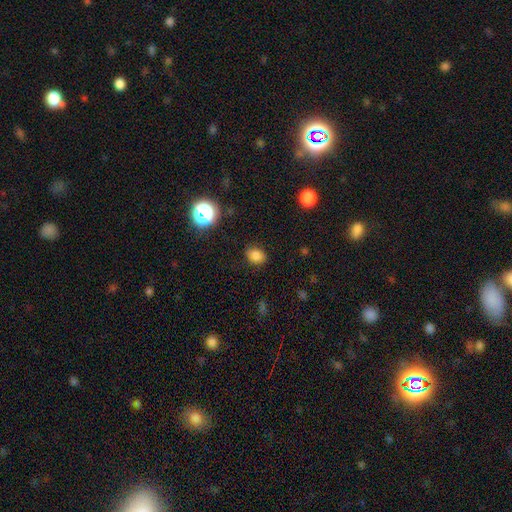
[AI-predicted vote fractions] Smooth or featured: smooth — 81% (star or artifact — 14%)
How rounded: in between — 61% (round — 38%)
Merging: none — 86% (minor disturbance — 10%)